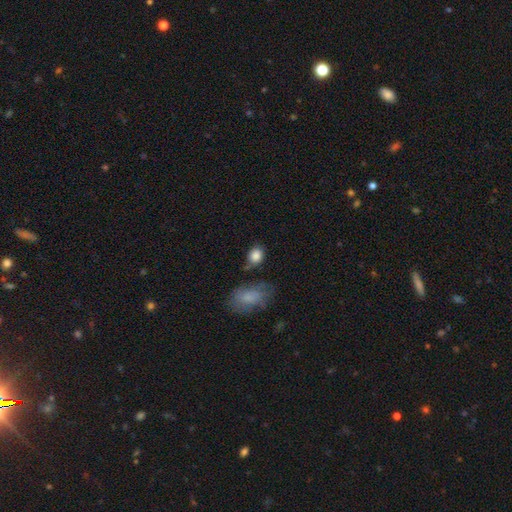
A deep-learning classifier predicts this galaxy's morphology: Smooth or featured? smooth (85%)
How rounded? in between (50%)
Merging? none (62%)